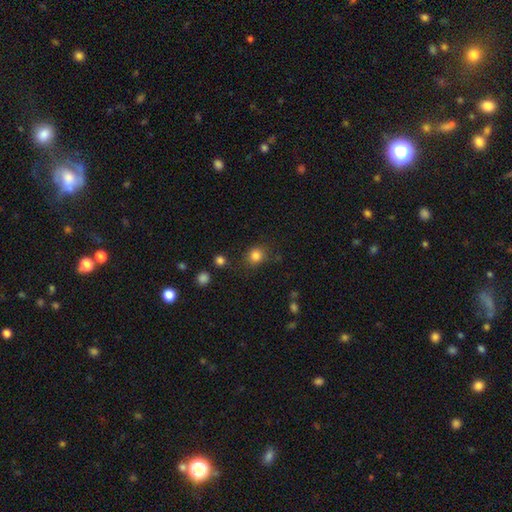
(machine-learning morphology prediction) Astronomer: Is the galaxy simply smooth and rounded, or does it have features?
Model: smooth — 83%.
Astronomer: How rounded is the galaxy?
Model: round — 78%.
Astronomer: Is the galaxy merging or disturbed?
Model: none — 78%.